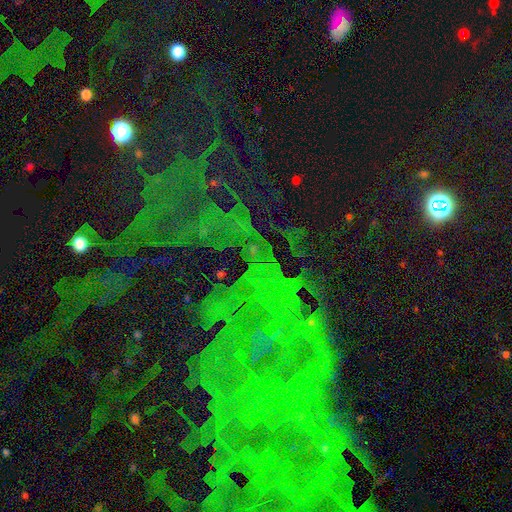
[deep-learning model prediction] This appears to be a star or artifact, not a galaxy (73%).